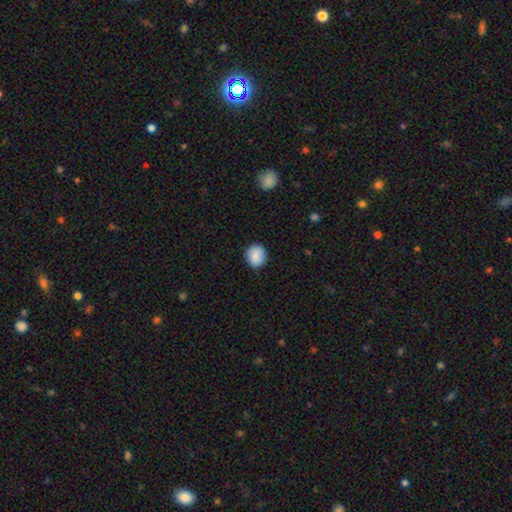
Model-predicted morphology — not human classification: Smooth or featured? smooth (85%)
How rounded? round (83%)
Merging? none (86%)